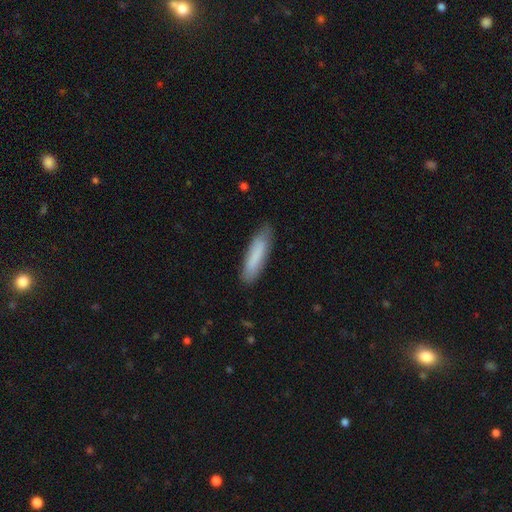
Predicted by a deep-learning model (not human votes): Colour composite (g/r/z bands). It shows a smooth galaxy with no disk features (81%) that is cigar-shaped (73%). Merging: none (82%).